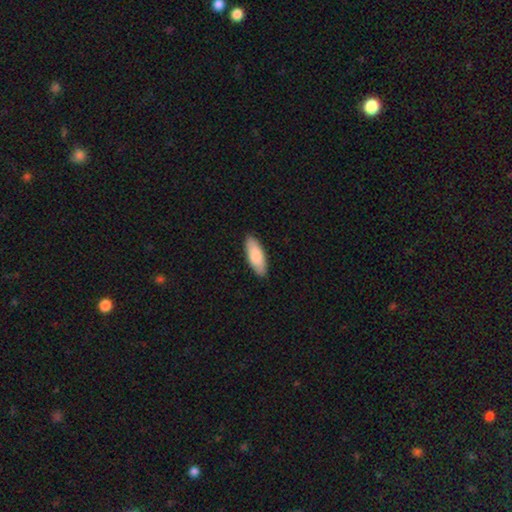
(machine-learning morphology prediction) A smooth galaxy with no disk features (84%) that is in between round and cigar-shaped (71%).

Vote fractions:
- Smooth or featured? smooth: 84% / featured or disk: 10% / star or artifact: 5%
- How rounded? in between: 71% / cigar-shaped: 27% / round: 2%
- Merging? none: 88% / minor disturbance: 10% / major disturbance: 2% / merger: 1%